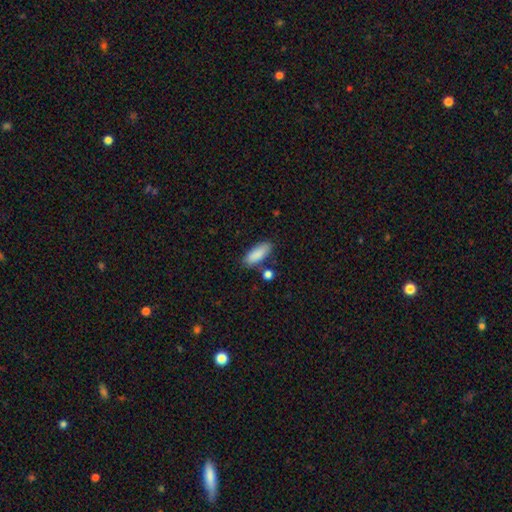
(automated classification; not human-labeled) smooth-or-featured: smooth: 88% | star or artifact: 6% | featured or disk: 6%
  how-rounded: in between: 76% | cigar-shaped: 22% | round: 2%
  merging: none: 76% | minor disturbance: 13% | merger: 8% | major disturbance: 3%